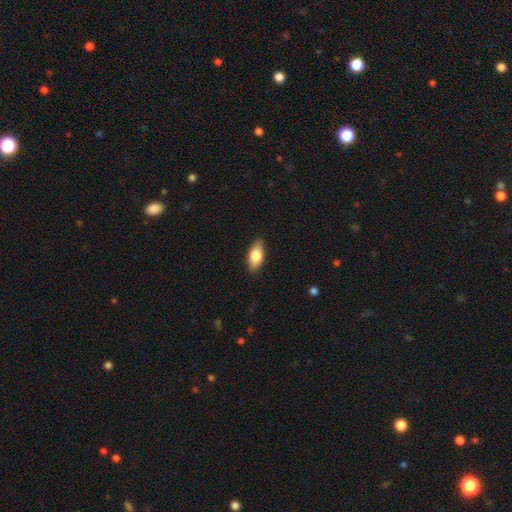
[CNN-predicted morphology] Overall: smooth (78%). How rounded: in between (87%). Merging: none (88%).